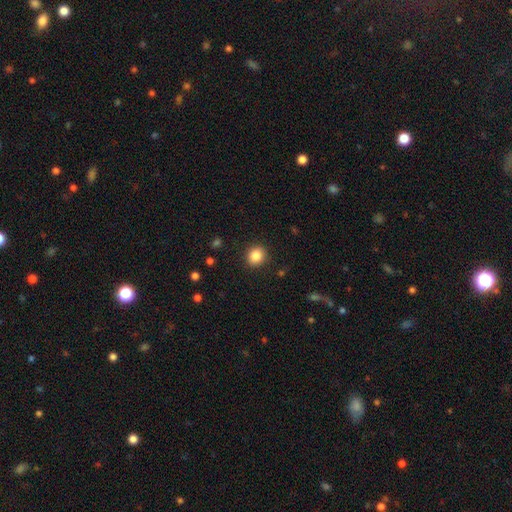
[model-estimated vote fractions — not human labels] This is clearly a smooth galaxy (86%). How rounded: likely round (77%). Merging: clearly none (90%).